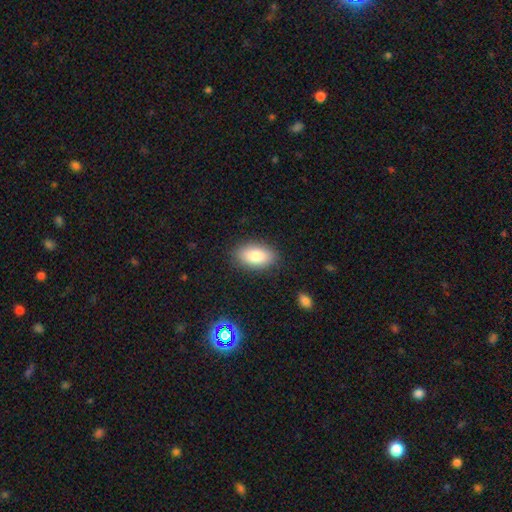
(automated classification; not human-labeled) This appears to be a smooth galaxy with no disk features (84%) that is in between round and cigar-shaped (92%). Merging: none (86%).